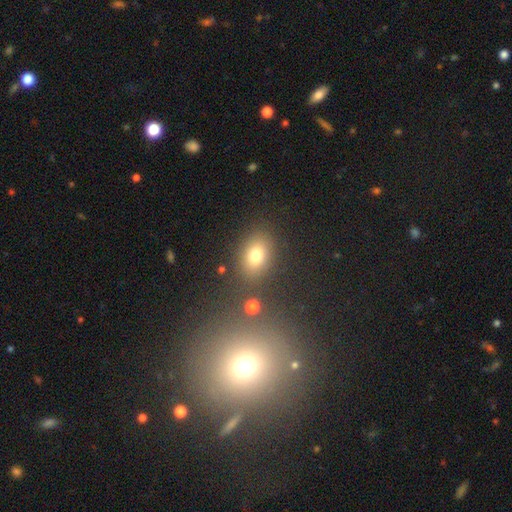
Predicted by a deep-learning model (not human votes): Smooth or featured? Predicted: smooth (p=0.76). How rounded? Predicted: in between (p=0.67). Merging? Predicted: none (p=0.80).